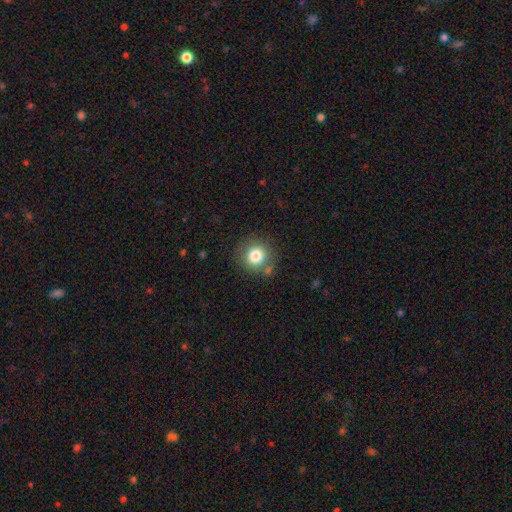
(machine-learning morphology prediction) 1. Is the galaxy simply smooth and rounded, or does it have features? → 80% smooth, 11% star or artifact, 9% featured or disk.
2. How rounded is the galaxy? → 92% round, 7% in between, 1% cigar-shaped.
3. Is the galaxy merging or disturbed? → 79% none, 11% minor disturbance, 6% merger, 4% major disturbance.